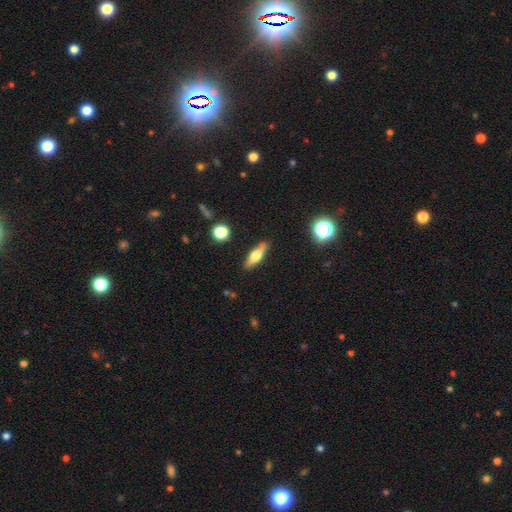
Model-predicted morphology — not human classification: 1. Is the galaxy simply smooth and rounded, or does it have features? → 49% smooth, 44% featured or disk, 8% star or artifact.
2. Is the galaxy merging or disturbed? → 83% none, 12% minor disturbance, 2% merger, 2% major disturbance.